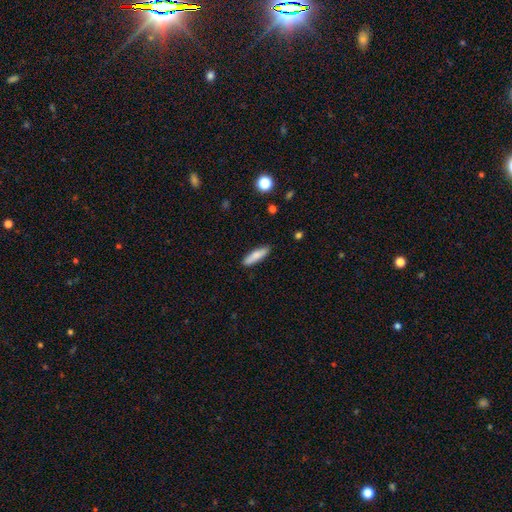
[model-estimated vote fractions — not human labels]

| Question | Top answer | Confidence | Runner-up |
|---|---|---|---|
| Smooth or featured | smooth | 80% | featured or disk (13%) |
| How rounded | cigar-shaped | 71% | in between (28%) |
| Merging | none | 88% | minor disturbance (9%) |